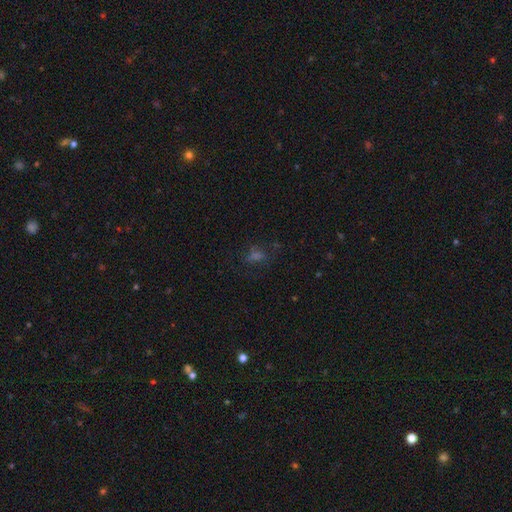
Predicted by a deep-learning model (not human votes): The model was most divided on "smooth or featured": smooth: 42%, star or artifact: 38%, featured or disk: 20%. More confident: merging — none (64%).